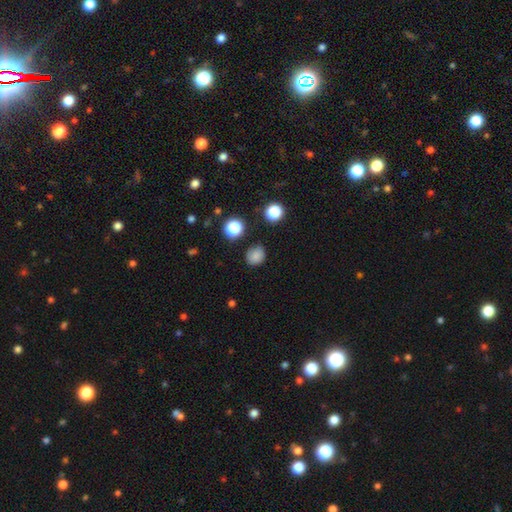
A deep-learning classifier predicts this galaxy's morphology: Smooth or featured?
  - smooth: 81% *
  - star or artifact: 14%
  - featured or disk: 5%
How rounded?
  - round: 76% *
  - in between: 23%
  - cigar-shaped: 1%
Merging?
  - none: 81% *
  - minor disturbance: 14%
  - major disturbance: 3%
  - merger: 2%